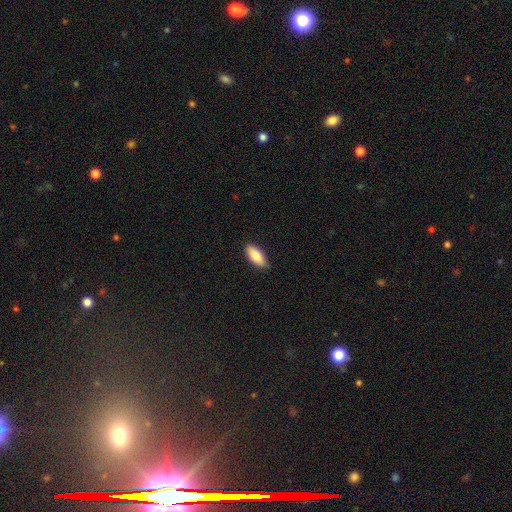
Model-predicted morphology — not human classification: Smooth or featured? smooth (84%)
How rounded? in between (84%)
Merging? none (87%)